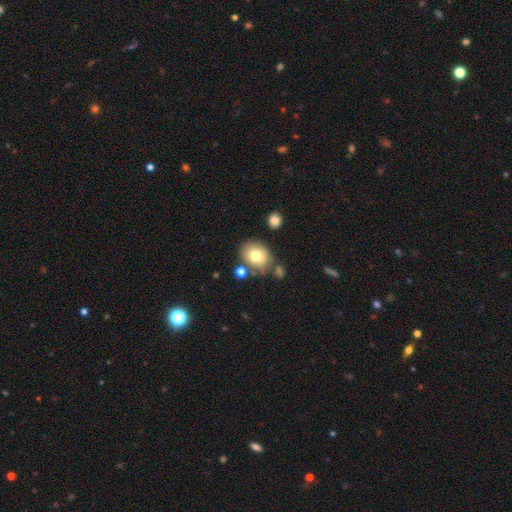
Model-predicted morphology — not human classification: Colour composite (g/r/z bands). It shows a smooth galaxy with no disk features (73%) that is round (61%). Merging: none (68%).